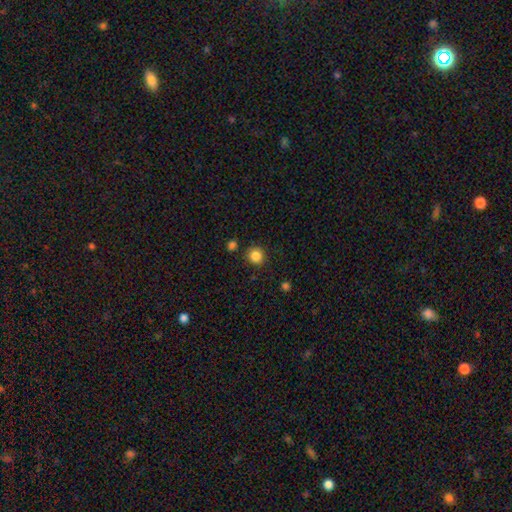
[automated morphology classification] Smooth or featured? Predicted: smooth (p=0.86). How rounded? Predicted: round (p=0.92). Merging? Predicted: none (p=0.87).